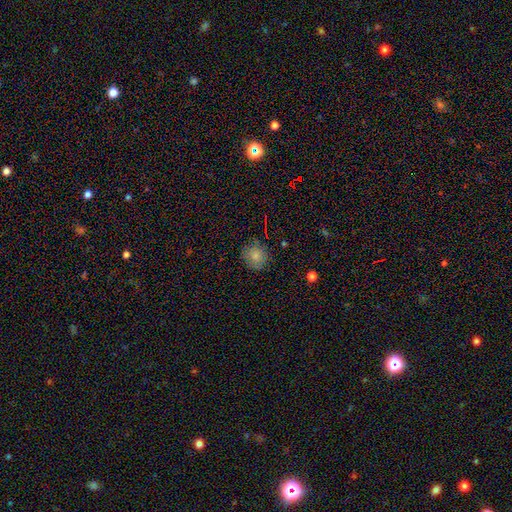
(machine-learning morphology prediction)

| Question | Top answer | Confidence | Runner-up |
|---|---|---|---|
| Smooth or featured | smooth | 81% | star or artifact (11%) |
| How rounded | round | 87% | in between (12%) |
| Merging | none | 82% | minor disturbance (13%) |